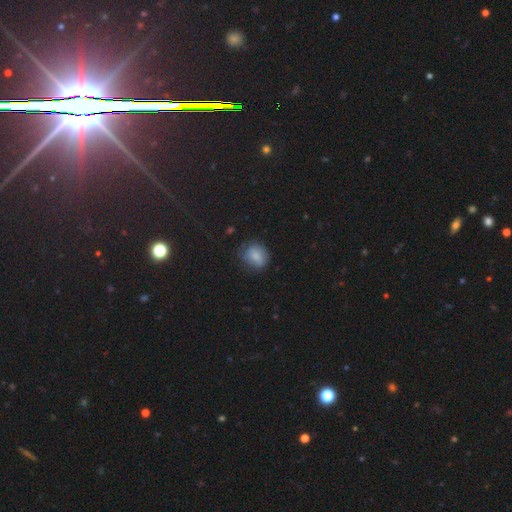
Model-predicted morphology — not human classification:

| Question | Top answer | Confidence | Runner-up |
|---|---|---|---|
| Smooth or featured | smooth | 76% | featured or disk (14%) |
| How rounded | round | 60% | in between (39%) |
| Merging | none | 62% | minor disturbance (26%) |